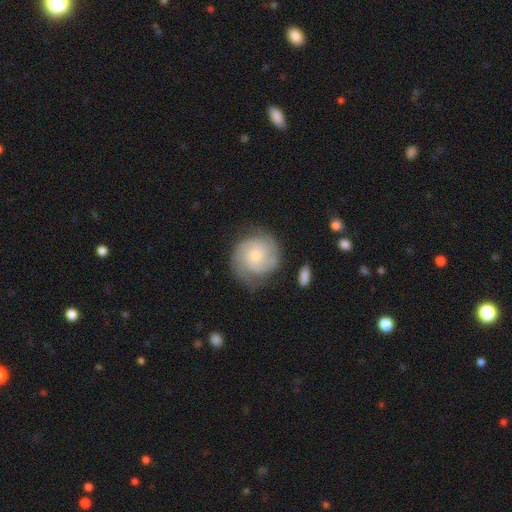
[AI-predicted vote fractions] smooth_or_featured: featured or disk (p=0.75) [alt: smooth p=0.19]
disk_edge_on: no (p=0.98) [alt: yes p=0.02]
bar: no (p=0.73) [alt: weak p=0.24]
has_spiral_arms: yes (p=0.95) [alt: no p=0.05]
spiral_winding: tight (p=0.63) [alt: medium p=0.30]
spiral_arm_count: 2 (p=0.51) [alt: can't tell p=0.18]
bulge_size: small (p=0.61) [alt: moderate p=0.31]
merging: none (p=0.71) [alt: minor disturbance p=0.18]